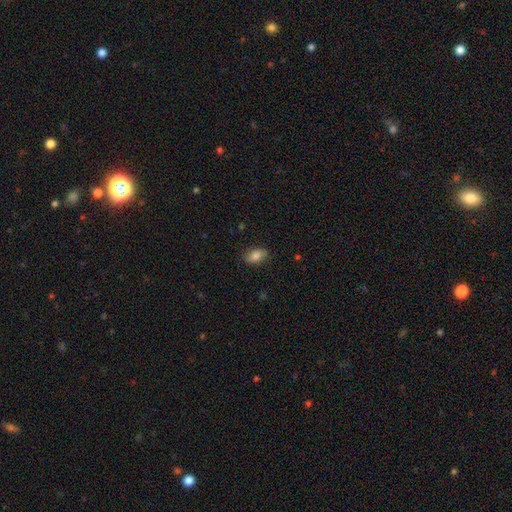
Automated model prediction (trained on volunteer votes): A smooth galaxy with no disk features (82%) that is in between round and cigar-shaped (89%).

Vote fractions:
- Smooth or featured? smooth: 82% / featured or disk: 10% / star or artifact: 8%
- How rounded? in between: 89% / round: 9% / cigar-shaped: 2%
- Merging? none: 83% / minor disturbance: 13% / major disturbance: 3% / merger: 1%